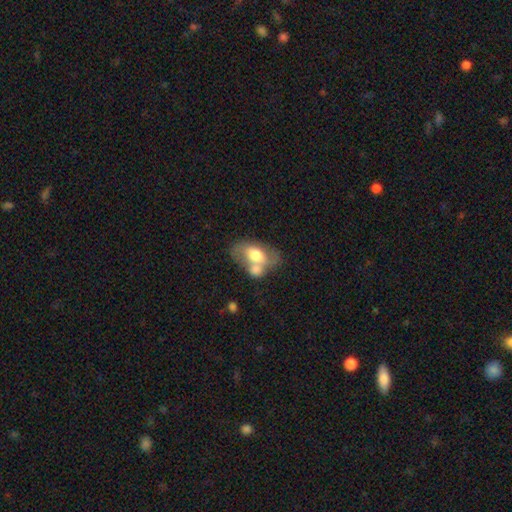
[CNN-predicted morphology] Smooth or featured? smooth (60%)
How rounded? in between (88%)
Merging? merger (53%)